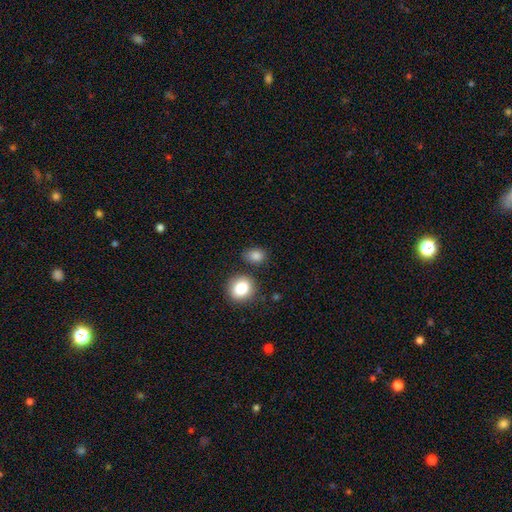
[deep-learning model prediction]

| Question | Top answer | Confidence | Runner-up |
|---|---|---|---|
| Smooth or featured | smooth | 85% | star or artifact (10%) |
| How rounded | in between | 57% | round (41%) |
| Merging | none | 74% | minor disturbance (14%) |